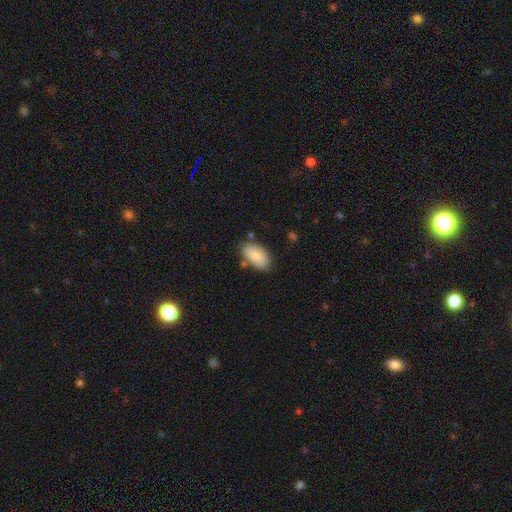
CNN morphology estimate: type=smooth (87%); roundness=in between (94%); merging=none (75%).